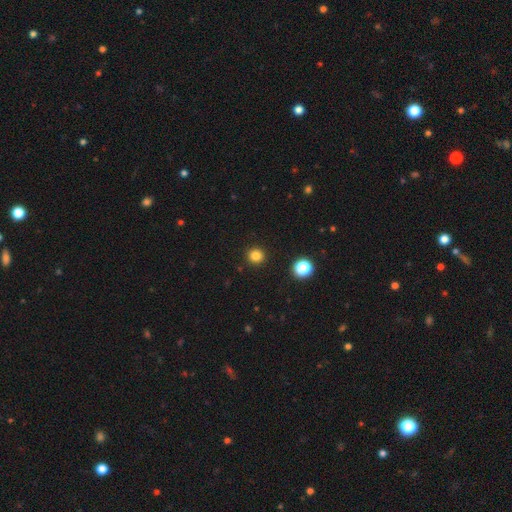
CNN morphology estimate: This appears to be a smooth galaxy with no disk features (83%) that is round (94%). Merging: none (93%).